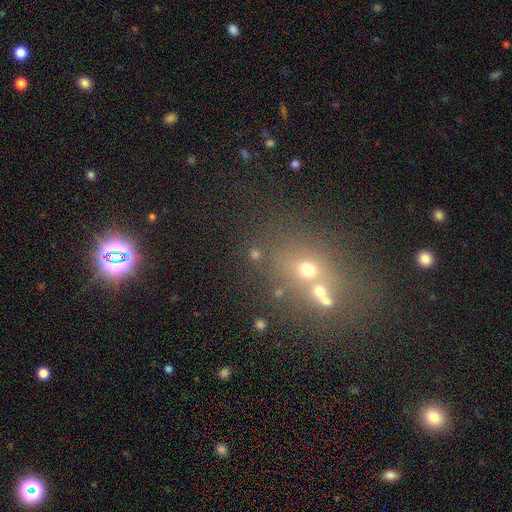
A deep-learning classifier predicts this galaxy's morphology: This is marginally a smooth galaxy (45%). Merging: possibly none (56%).